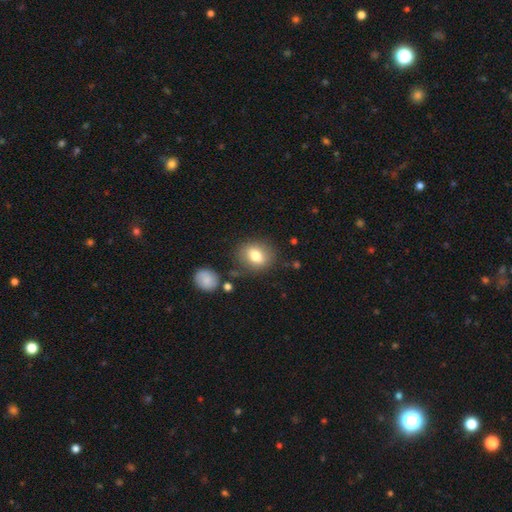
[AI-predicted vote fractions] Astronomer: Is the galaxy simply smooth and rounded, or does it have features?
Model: smooth — 77%.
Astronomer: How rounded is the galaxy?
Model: round — 51% (runner-up: in between, 48%).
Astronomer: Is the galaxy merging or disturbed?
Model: none — 80%.